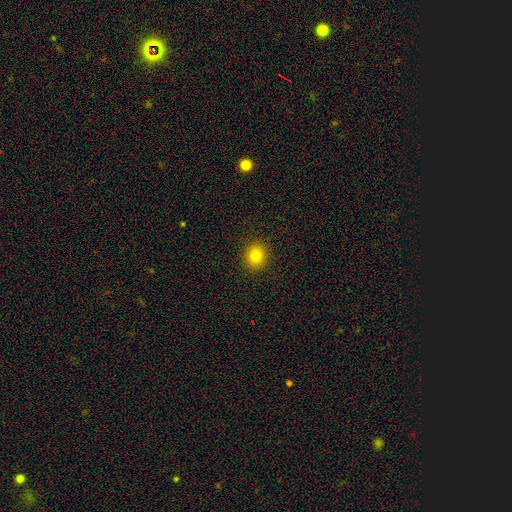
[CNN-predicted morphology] A smooth galaxy with no disk features (81%) that is round (78%).

Vote fractions:
- Smooth or featured? smooth: 81% / star or artifact: 13% / featured or disk: 7%
- How rounded? round: 78% / in between: 21% / cigar-shaped: 1%
- Merging? none: 91% / minor disturbance: 6% / major disturbance: 2% / merger: 1%